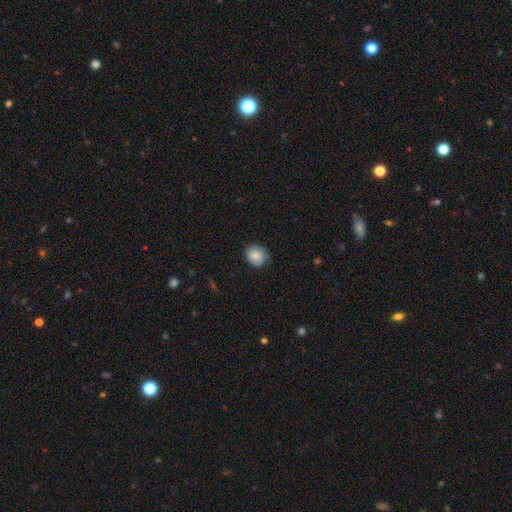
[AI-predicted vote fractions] This is clearly a smooth galaxy (84%). How rounded: likely round (79%). Merging: likely none (77%).